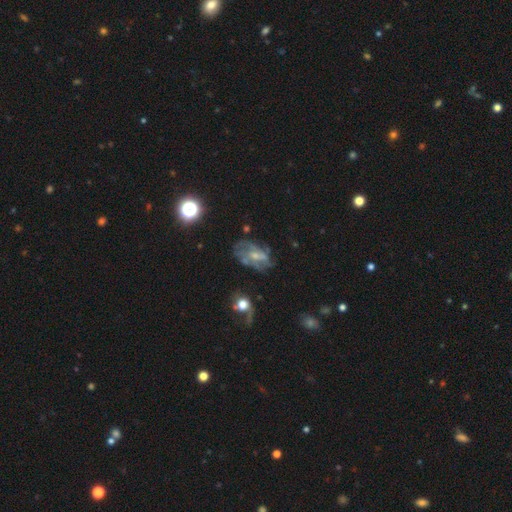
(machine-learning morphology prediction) Smooth or featured?
  - featured or disk: 67% *
  - smooth: 21%
  - star or artifact: 11%
Edge-on disk?
  - no: 95% *
  - yes: 5%
Bar?
  - no: 60% *
  - weak: 33%
  - strong: 7%
Spiral arms?
  - yes: 64% *
  - no: 36%
Bulge size?
  - small: 57% *
  - moderate: 29%
  - none: 11%
  - large: 2%
  - dominant: 1%
Merging?
  - none: 48% *
  - minor disturbance: 23%
  - major disturbance: 23%
  - merger: 6%